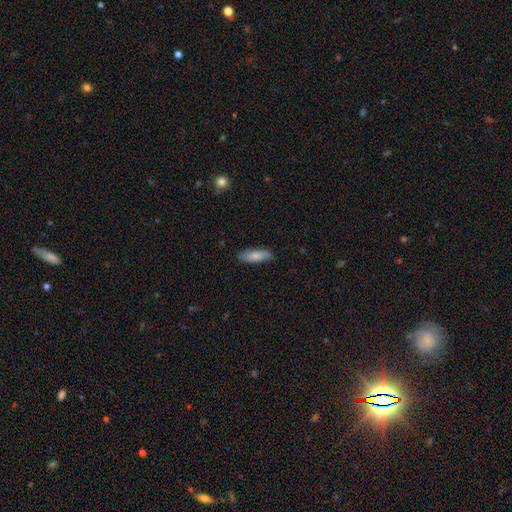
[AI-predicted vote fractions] smooth-or-featured: smooth: 82% | featured or disk: 12% | star or artifact: 6%
  how-rounded: in between: 59% | cigar-shaped: 39% | round: 2%
  merging: none: 86% | minor disturbance: 11% | major disturbance: 2% | merger: 1%